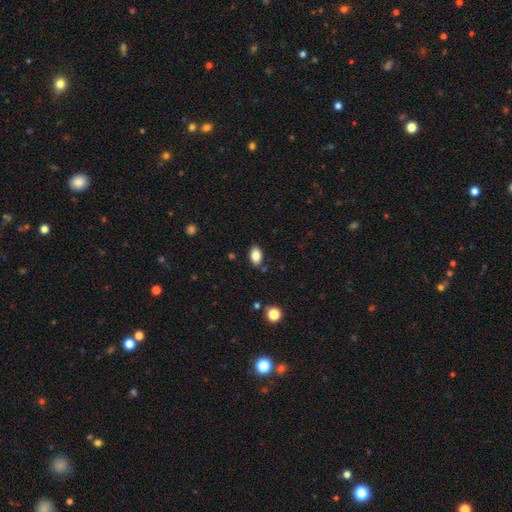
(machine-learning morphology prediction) The model was most divided on "merging": none: 84%, minor disturbance: 11%, merger: 3%, major disturbance: 2%. More confident: how rounded — in between (88%); smooth or featured — smooth (84%).